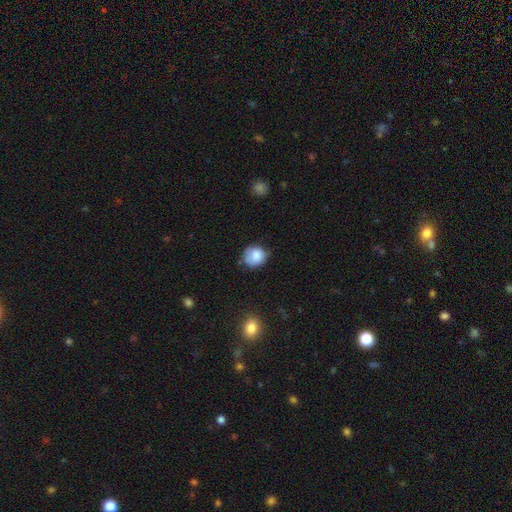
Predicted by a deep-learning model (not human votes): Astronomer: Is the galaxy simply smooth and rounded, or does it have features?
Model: smooth — 82%.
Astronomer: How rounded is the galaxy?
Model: round — 78%.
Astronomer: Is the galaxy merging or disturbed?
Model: none — 62%.